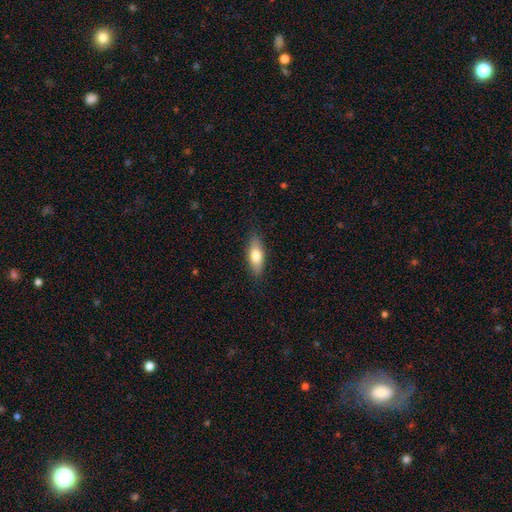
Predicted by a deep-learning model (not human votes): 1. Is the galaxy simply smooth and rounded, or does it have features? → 74% smooth, 20% featured or disk, 6% star or artifact.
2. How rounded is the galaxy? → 73% in between, 24% cigar-shaped, 3% round.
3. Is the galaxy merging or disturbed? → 85% none, 12% minor disturbance, 2% major disturbance, 1% merger.